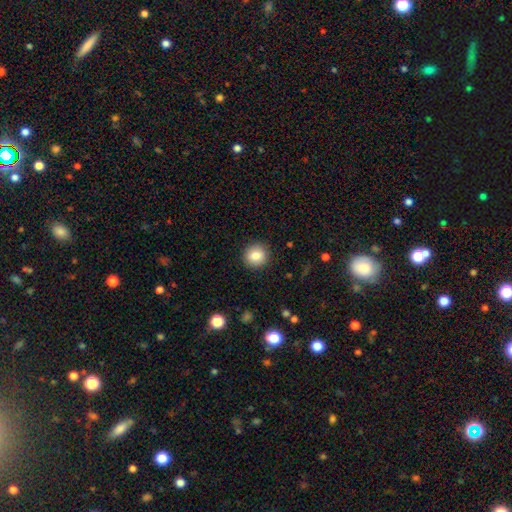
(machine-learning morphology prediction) The model was most divided on "how rounded": round: 87%, in between: 13%, cigar-shaped: 1%. More confident: merging — none (90%); smooth or featured — smooth (85%).